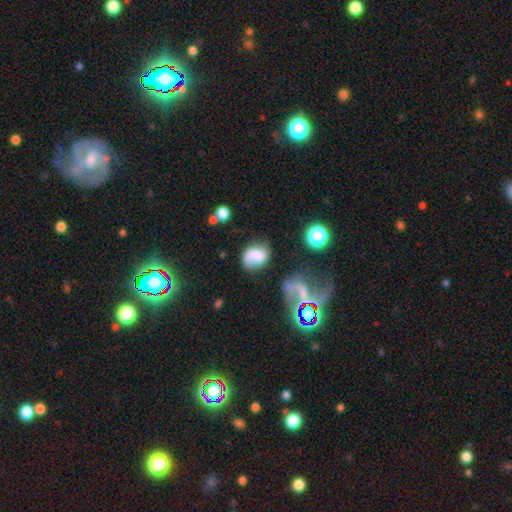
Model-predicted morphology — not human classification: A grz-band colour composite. It shows a smooth galaxy with no disk features (62%) that is in between round and cigar-shaped (57%). Merging: none (50%).